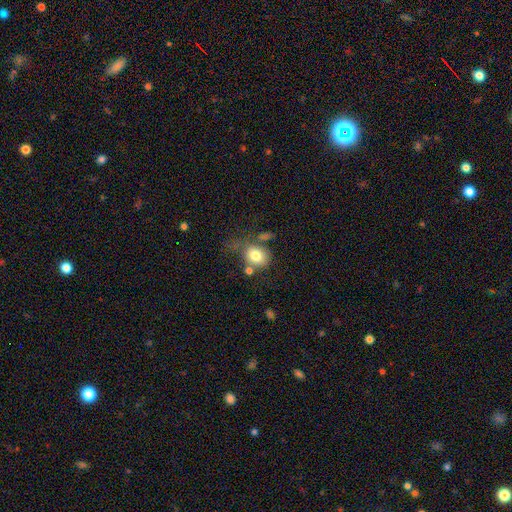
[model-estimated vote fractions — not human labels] The model was most divided on "how rounded": round: 55%, in between: 44%, cigar-shaped: 1%. Remaining: smooth or featured — smooth (77%); merging — none (49%).